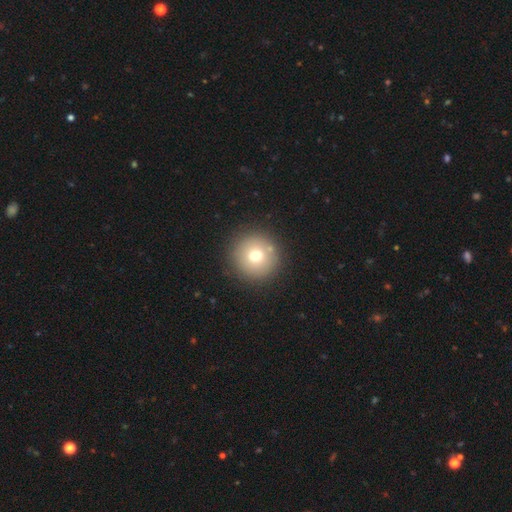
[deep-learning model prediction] A smooth galaxy with no disk features (71%) that is round (96%).

Vote fractions:
- Smooth or featured? smooth: 71% / featured or disk: 15% / star or artifact: 14%
- How rounded? round: 96% / in between: 3% / cigar-shaped: 1%
- Merging? none: 89% / minor disturbance: 6% / merger: 3% / major disturbance: 3%